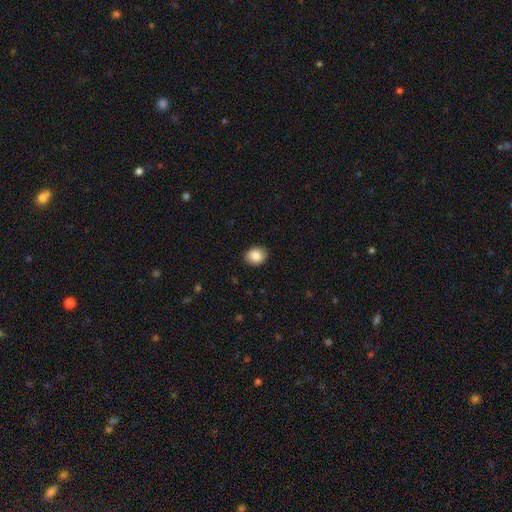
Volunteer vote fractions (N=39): smooth 90%, featured or disk 5%, star or artifact 5%. Down the decision tree: how rounded — round (60%); merging — none (97%).